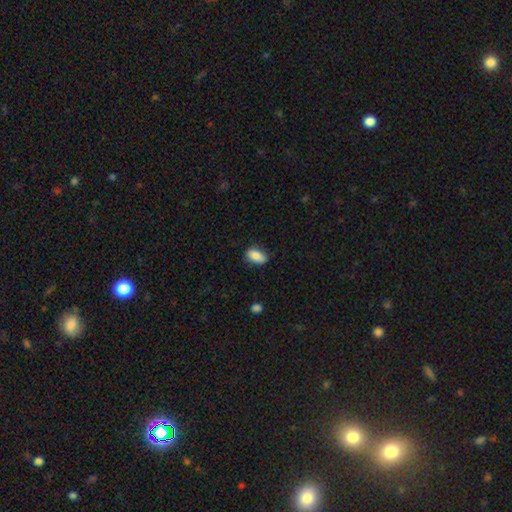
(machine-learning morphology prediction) A smooth galaxy with no disk features (85%) that is in between round and cigar-shaped (89%). Merging: none (79%).